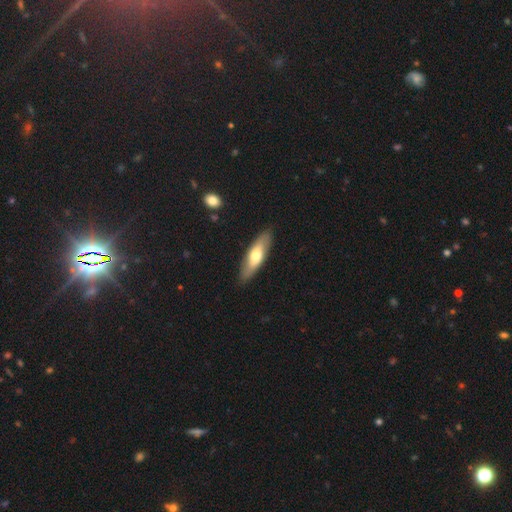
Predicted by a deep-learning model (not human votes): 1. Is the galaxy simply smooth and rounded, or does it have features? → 59% smooth, 36% featured or disk, 5% star or artifact.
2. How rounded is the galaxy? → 54% cigar-shaped, 44% in between, 2% round.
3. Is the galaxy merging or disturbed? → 86% none, 10% minor disturbance, 2% major disturbance, 1% merger.